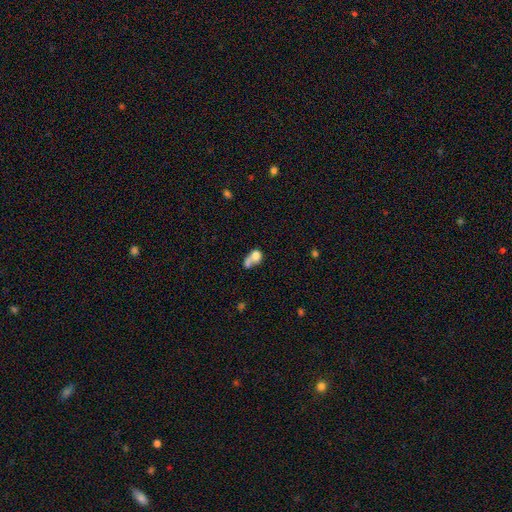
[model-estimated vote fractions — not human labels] Smooth or featured? smooth (69%)
How rounded? in between (50%)
Merging? merger (55%)